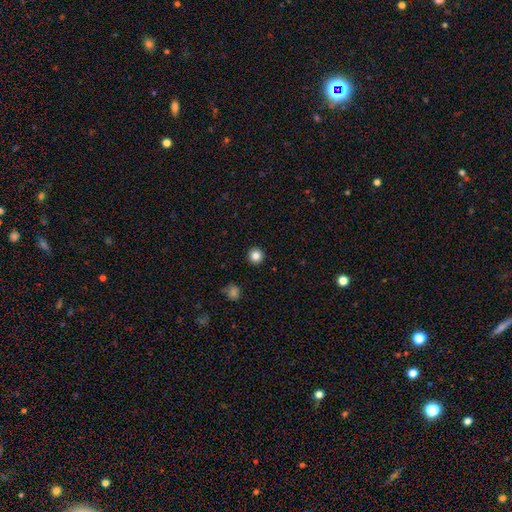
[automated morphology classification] This appears to be a smooth galaxy with no disk features (84%) that is round (95%). Merging: none (93%).